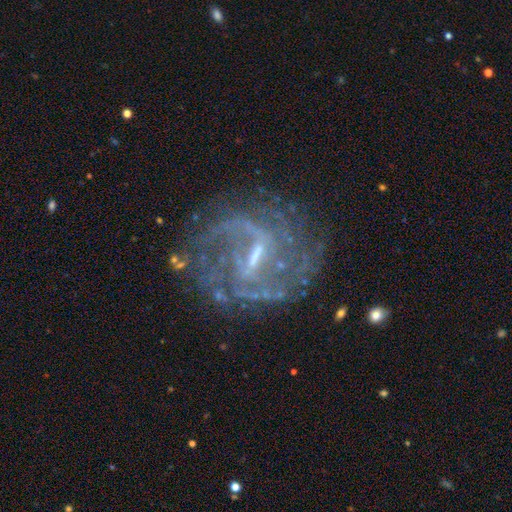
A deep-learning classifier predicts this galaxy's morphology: This appears to be a featured or disk galaxy (86%) with a weak bar (49%), 2 (42%) medium (43%) spiral arms (92%) and a small central bulge (54%). Merging: none (69%).